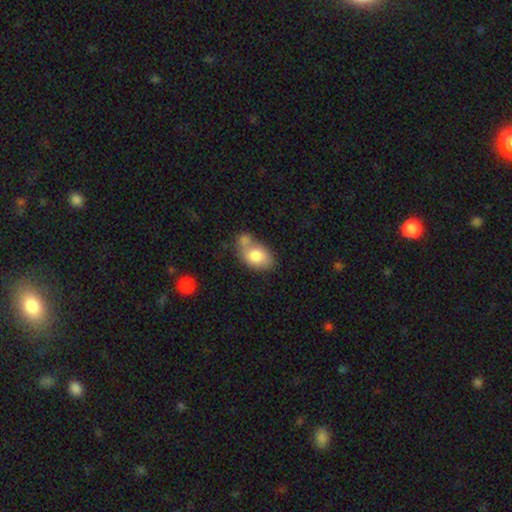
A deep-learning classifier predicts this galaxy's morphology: The model was most divided on "merging": merger: 44%, none: 34%, minor disturbance: 16%, major disturbance: 6%. More confident: how rounded — in between (84%); smooth or featured — smooth (79%).